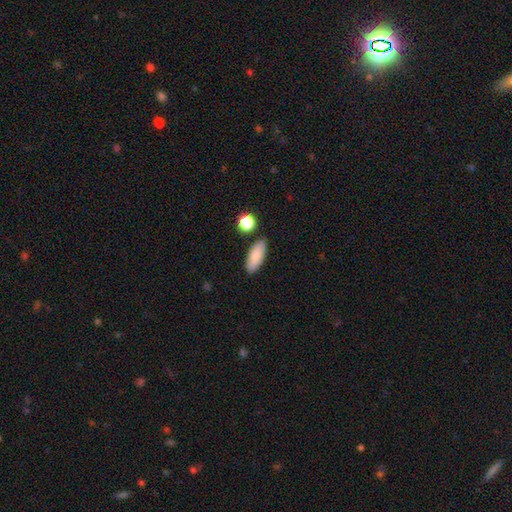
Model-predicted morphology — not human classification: Smooth or featured?
  - smooth: 86% *
  - featured or disk: 7%
  - star or artifact: 7%
How rounded?
  - in between: 77% *
  - cigar-shaped: 20%
  - round: 3%
Merging?
  - none: 82% *
  - minor disturbance: 11%
  - merger: 4%
  - major disturbance: 3%